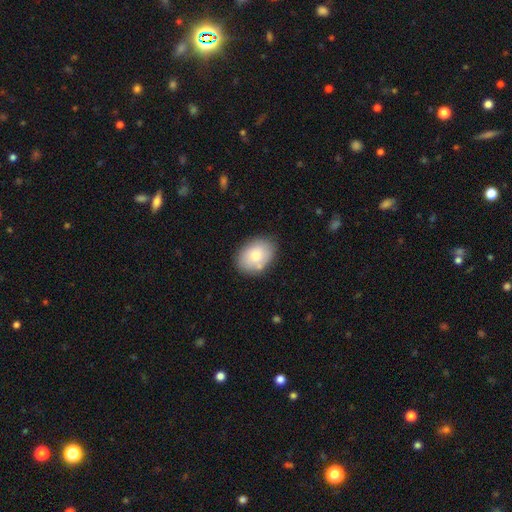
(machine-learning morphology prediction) type=smooth (76%); roundness=in between (76%); merging=none (78%).